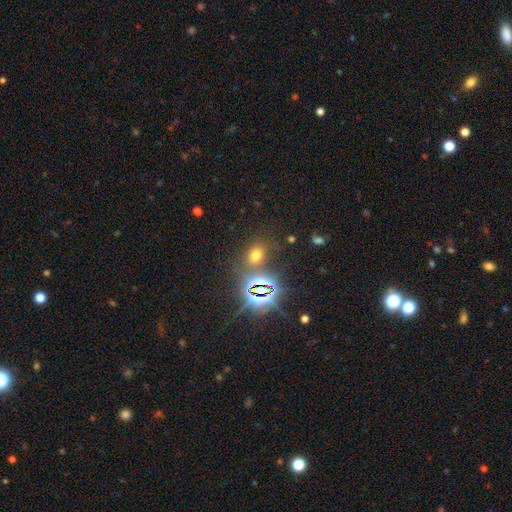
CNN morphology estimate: smooth 53%, star or artifact 39%, featured or disk 8%. Down the decision tree: how rounded — in between (57%); merging — none (76%).